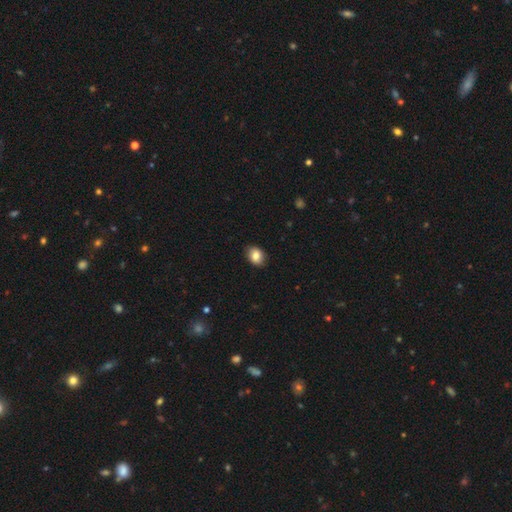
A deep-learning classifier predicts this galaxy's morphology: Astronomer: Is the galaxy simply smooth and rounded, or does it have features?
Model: smooth — 85%.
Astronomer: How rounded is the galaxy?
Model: in between — 68%.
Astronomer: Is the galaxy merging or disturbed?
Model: none — 87%.